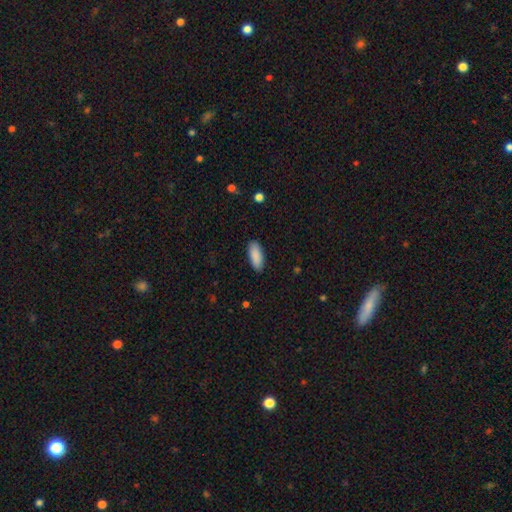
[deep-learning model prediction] Morphology: type=smooth (90%); roundness=in between (82%); merging=none (89%).